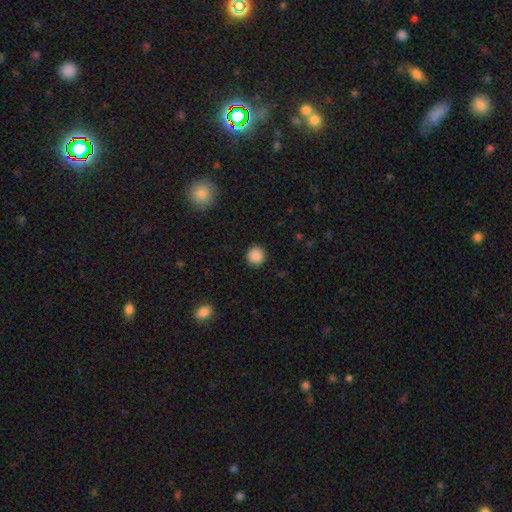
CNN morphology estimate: Smooth or featured?
  - smooth: 88% *
  - star or artifact: 9%
  - featured or disk: 3%
How rounded?
  - round: 94% *
  - in between: 5%
  - cigar-shaped: 1%
Merging?
  - none: 91% *
  - minor disturbance: 5%
  - major disturbance: 2%
  - merger: 1%